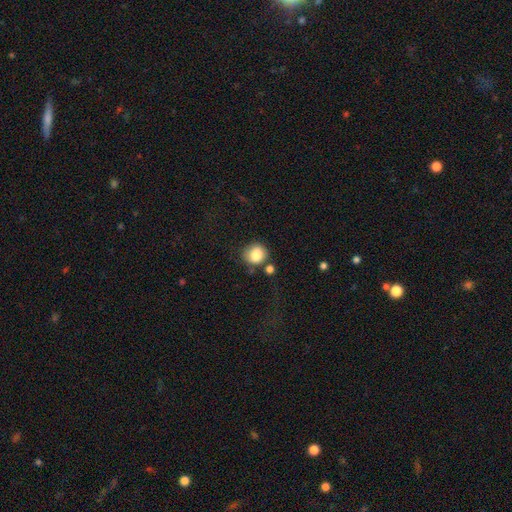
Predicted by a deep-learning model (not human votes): smooth 84%, star or artifact 9%, featured or disk 7%. Down the decision tree: how rounded — round (78%); merging — none (69%).